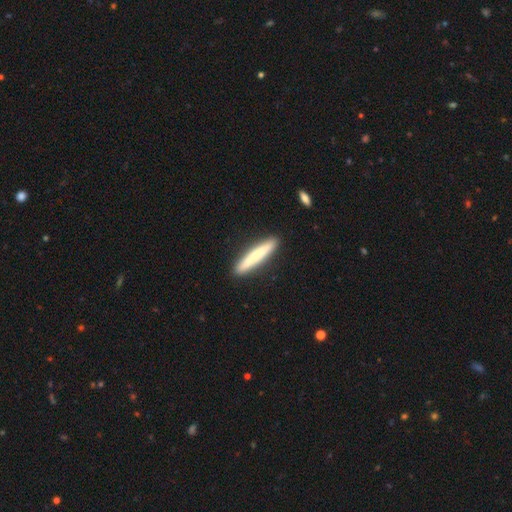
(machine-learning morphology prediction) A smooth galaxy with no disk features (60%) that is cigar-shaped (94%). Merging: none (90%).